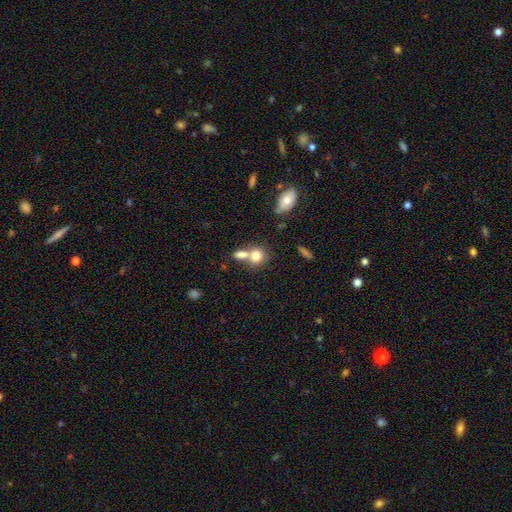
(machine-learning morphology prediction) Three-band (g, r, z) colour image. It shows a smooth galaxy with no disk features (78%) that is round (61%). Merging: merger (51%).